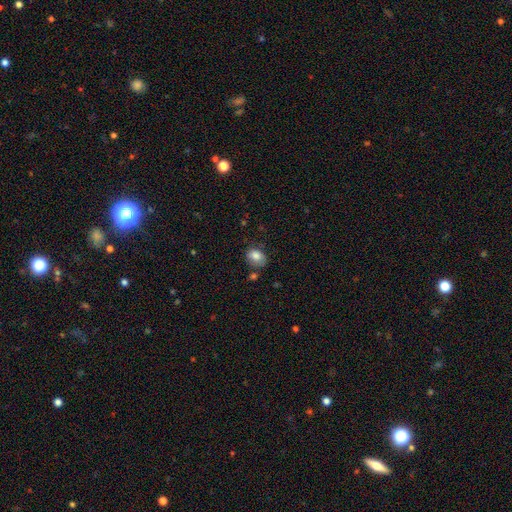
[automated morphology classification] Overall: smooth (81%). How rounded: in between (64%; round 35%). Merging: none (65%).